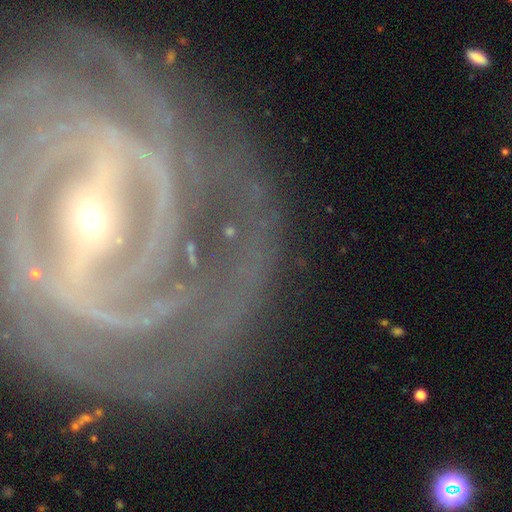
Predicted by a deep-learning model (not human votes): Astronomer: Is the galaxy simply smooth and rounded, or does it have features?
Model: featured or disk — 89%.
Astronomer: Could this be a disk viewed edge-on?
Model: no — 96%.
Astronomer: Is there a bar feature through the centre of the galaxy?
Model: strong — 65%.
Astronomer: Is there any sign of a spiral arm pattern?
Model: yes — 96%.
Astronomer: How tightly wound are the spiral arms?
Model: tight — 69%.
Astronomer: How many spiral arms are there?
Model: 2 — 25% (runner-up: can't tell, 21%).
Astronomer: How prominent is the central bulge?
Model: small — 79%.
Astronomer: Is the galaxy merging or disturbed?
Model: none — 72%.